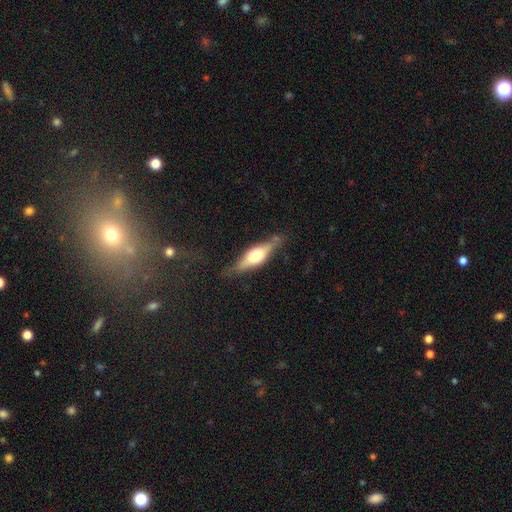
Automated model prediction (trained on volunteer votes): Smooth or featured: featured or disk — 57% (smooth — 36%)
Edge-on disk: yes — 91% (no — 9%)
Edge-on bulge: rounded — 82% (boxy — 15%)
Merging: none — 70% (minor disturbance — 20%)